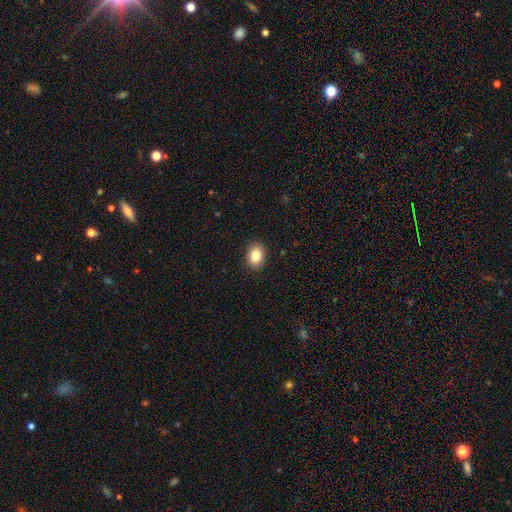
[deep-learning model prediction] A smooth galaxy with no disk features (85%) that is in between round and cigar-shaped (72%). Merging: none (90%).